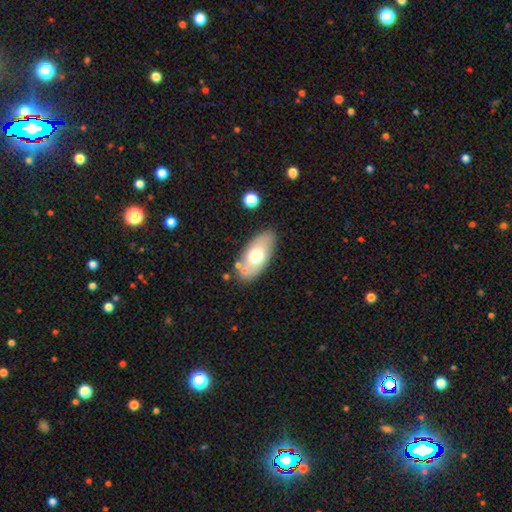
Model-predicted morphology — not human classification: The model was most divided on "smooth or featured": smooth: 64%, featured or disk: 29%, star or artifact: 7%. More confident: how rounded — in between (90%); merging — none (77%).